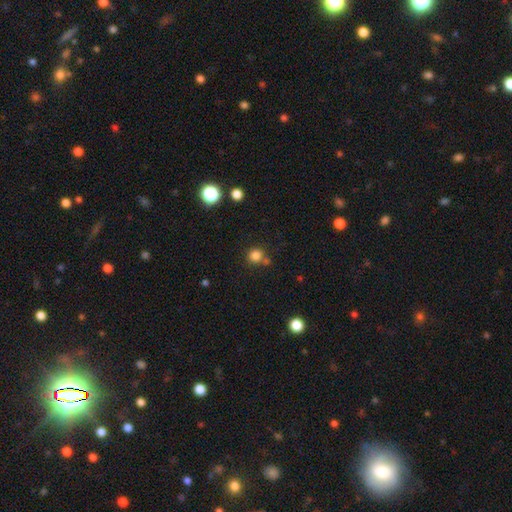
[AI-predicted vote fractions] A smooth galaxy with no disk features (82%) that is round (90%).

Vote fractions:
- Smooth or featured? smooth: 82% / star or artifact: 13% / featured or disk: 5%
- How rounded? round: 90% / in between: 9% / cigar-shaped: 1%
- Merging? none: 69% / merger: 16% / minor disturbance: 11% / major disturbance: 4%